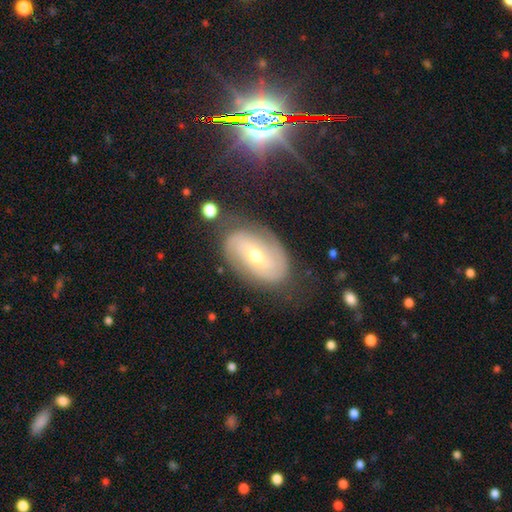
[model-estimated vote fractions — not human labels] smooth-or-featured: featured or disk: 75% | smooth: 17% | star or artifact: 8%
  disk-edge-on: no: 94% | yes: 6%
    bar: weak: 44% | no: 31% | strong: 25%
    has-spiral-arms: yes: 86% | no: 14%
      spiral-winding: tight: 51% | medium: 34% | loose: 16%
      spiral-arm-count: 2: 63% | can't tell: 24% | 3: 6% | 1: 3% | 4: 2% | more than 4: 2%
    bulge-size: moderate: 51% | small: 46% | large: 2% | none: 1% | dominant: 1%
  merging: none: 74% | minor disturbance: 17% | major disturbance: 7% | merger: 2%